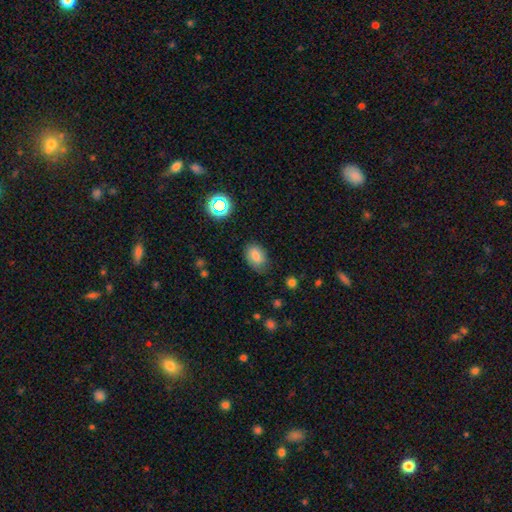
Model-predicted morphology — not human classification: smooth 76%, star or artifact 12%, featured or disk 11%. Down the decision tree: how rounded — in between (81%); merging — none (67%).